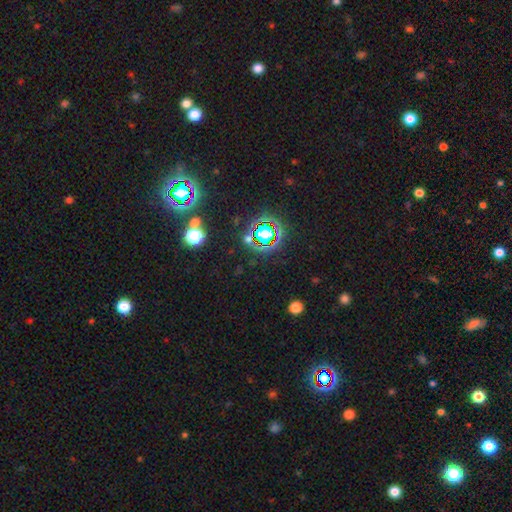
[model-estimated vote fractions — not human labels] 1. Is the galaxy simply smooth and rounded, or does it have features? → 79% star or artifact, 13% smooth, 8% featured or disk.